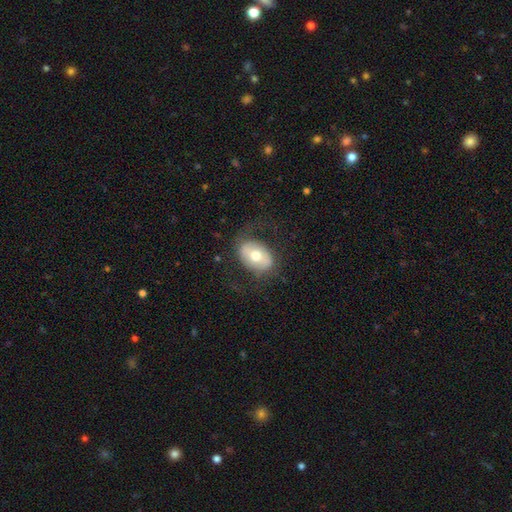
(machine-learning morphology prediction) This appears to be a smooth galaxy with no disk features (51%) that is in between round and cigar-shaped (80%). Merging: none (68%).